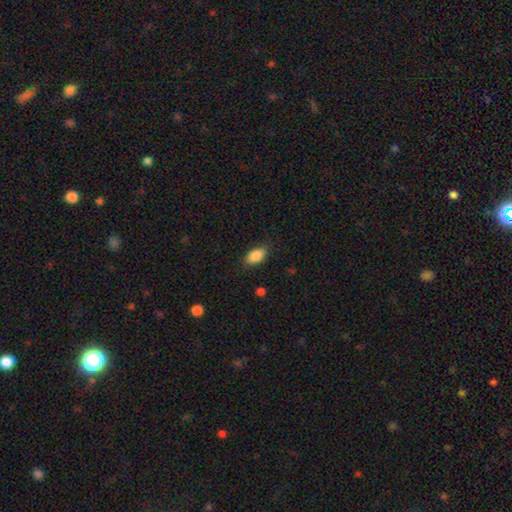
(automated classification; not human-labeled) smooth_or_featured: smooth (p=0.88) [alt: star or artifact p=0.07]
how_rounded: in between (p=0.92) [alt: round p=0.05]
merging: none (p=0.83) [alt: minor disturbance p=0.13]